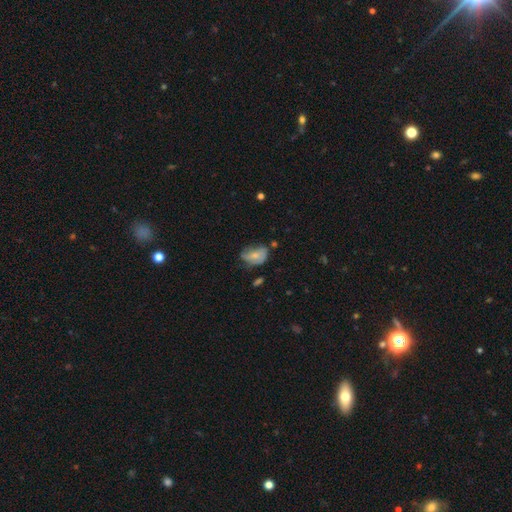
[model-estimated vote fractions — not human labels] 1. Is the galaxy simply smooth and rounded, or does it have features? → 56% smooth, 36% featured or disk, 9% star or artifact.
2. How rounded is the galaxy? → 78% in between, 21% round, 2% cigar-shaped.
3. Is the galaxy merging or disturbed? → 39% minor disturbance, 37% none, 20% major disturbance, 4% merger.